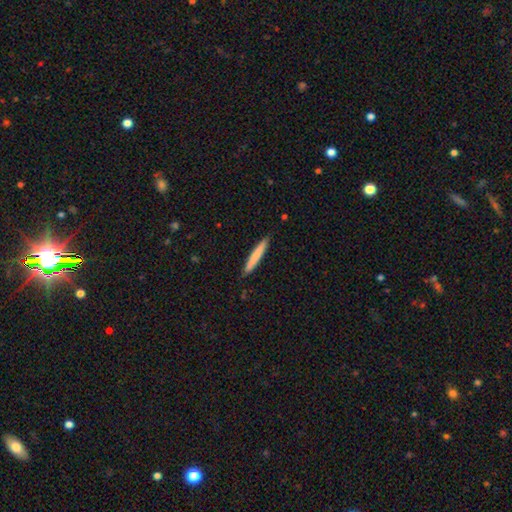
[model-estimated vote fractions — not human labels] Smooth or featured?
  - smooth: 75% *
  - featured or disk: 19%
  - star or artifact: 5%
How rounded?
  - cigar-shaped: 96% *
  - in between: 3%
  - round: 1%
Merging?
  - none: 89% *
  - minor disturbance: 8%
  - major disturbance: 1%
  - merger: 1%